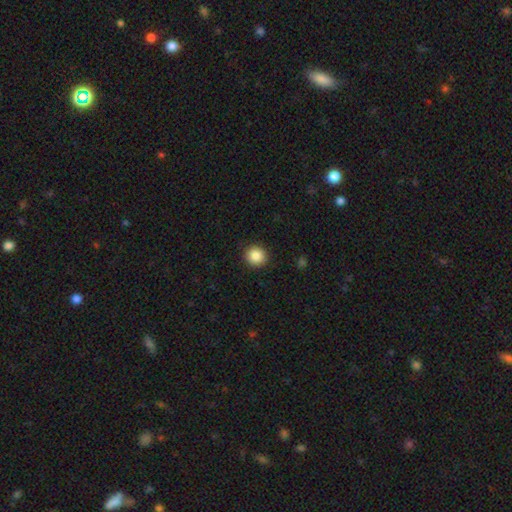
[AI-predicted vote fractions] The model was most divided on "smooth or featured": smooth: 87%, star or artifact: 9%, featured or disk: 4%. More confident: how rounded — round (93%); merging — none (92%).